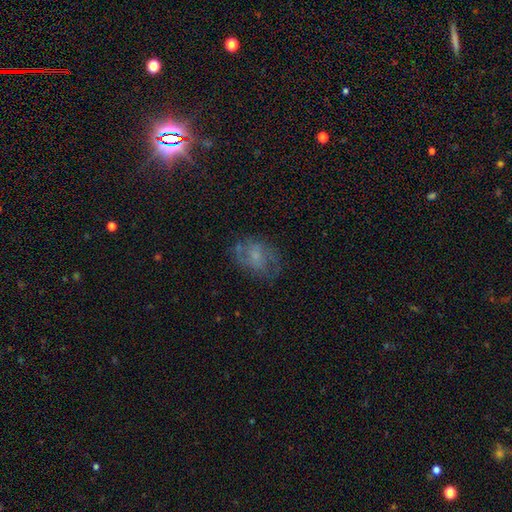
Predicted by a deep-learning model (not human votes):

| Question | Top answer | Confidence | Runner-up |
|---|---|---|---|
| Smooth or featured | featured or disk | 56% | smooth (34%) |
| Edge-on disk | no | 97% | yes (3%) |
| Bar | no | 57% | weak (36%) |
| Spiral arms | yes | 75% | no (25%) |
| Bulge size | small | 44% | moderate (28%) |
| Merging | none | 62% | minor disturbance (21%) |